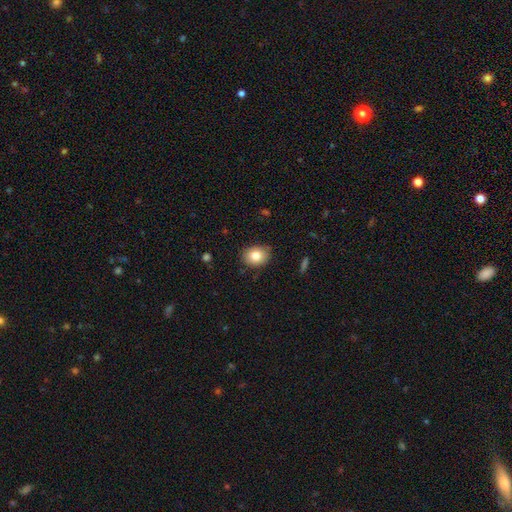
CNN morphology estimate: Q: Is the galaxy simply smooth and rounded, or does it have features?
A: smooth — 82%.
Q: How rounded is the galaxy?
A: in between — 51%.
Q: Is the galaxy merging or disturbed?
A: none — 85%.